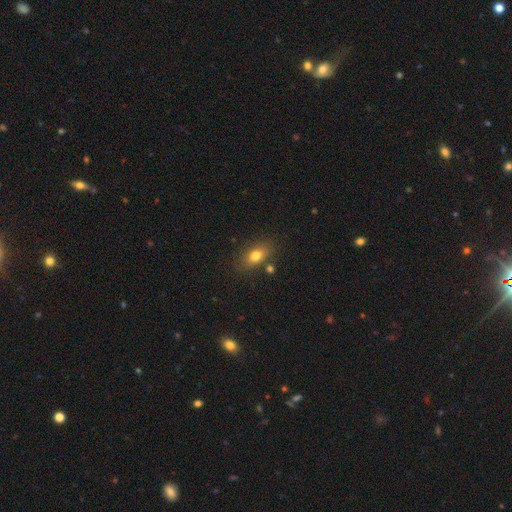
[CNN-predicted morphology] This is likely a smooth galaxy (76%). How rounded: clearly in between (80%). Merging: likely none (78%).